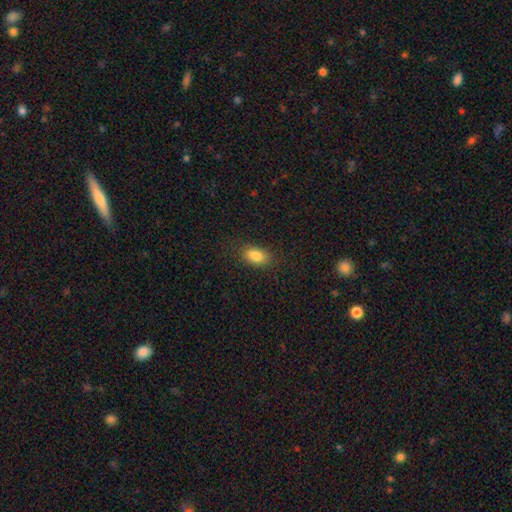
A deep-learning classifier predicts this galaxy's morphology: Smooth or featured: smooth — 84% (star or artifact — 9%)
How rounded: in between — 88% (round — 8%)
Merging: none — 84% (minor disturbance — 12%)